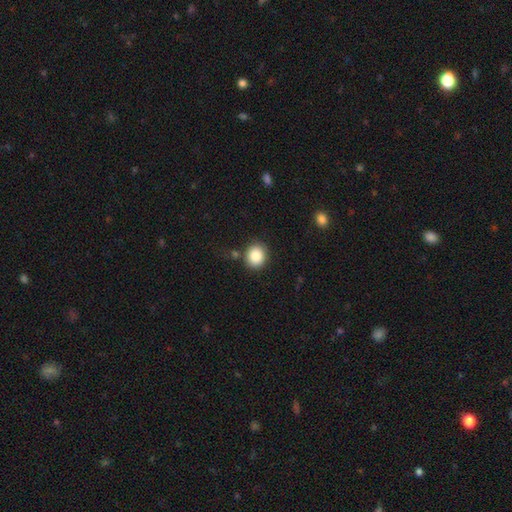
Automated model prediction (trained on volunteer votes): A smooth galaxy with no disk features (86%) that is round (75%). Merging: none (84%).